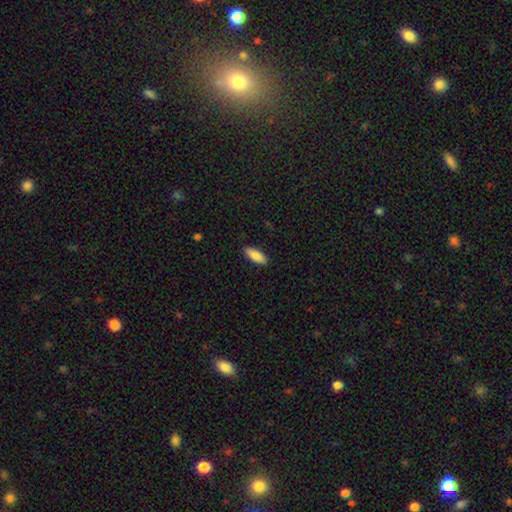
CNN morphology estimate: smooth-or-featured: smooth: 85% | featured or disk: 9% | star or artifact: 6%
  how-rounded: in between: 63% | cigar-shaped: 35% | round: 2%
  merging: none: 89% | minor disturbance: 8% | major disturbance: 2% | merger: 1%